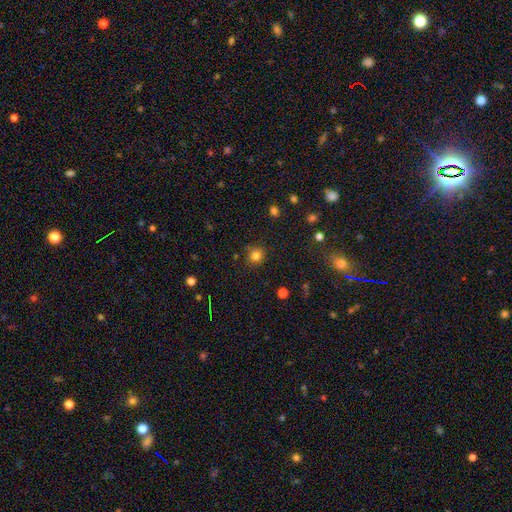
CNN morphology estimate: A smooth galaxy with no disk features (80%) that is round (85%).

Vote fractions:
- Smooth or featured? smooth: 80% / star or artifact: 15% / featured or disk: 5%
- How rounded? round: 85% / in between: 14% / cigar-shaped: 1%
- Merging? none: 82% / minor disturbance: 13% / major disturbance: 4% / merger: 2%